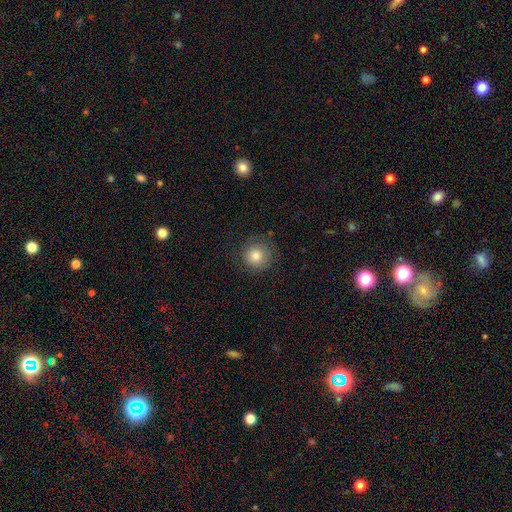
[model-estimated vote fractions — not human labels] The model was most divided on "smooth or featured": smooth: 78%, featured or disk: 12%, star or artifact: 10%. More confident: how rounded — round (94%); merging — none (80%).